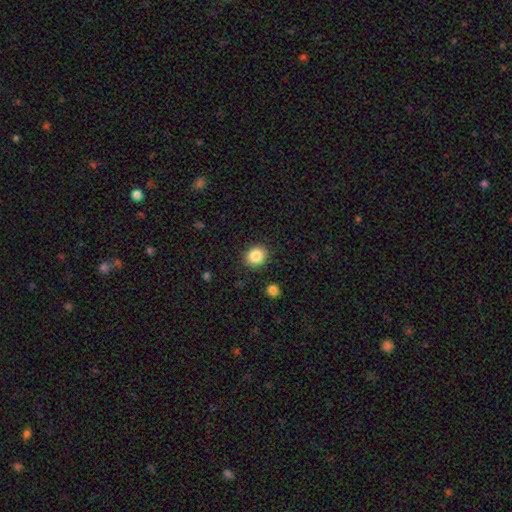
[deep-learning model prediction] Overall: smooth (87%). How rounded: round (69%; in between 30%). Merging: none (88%).